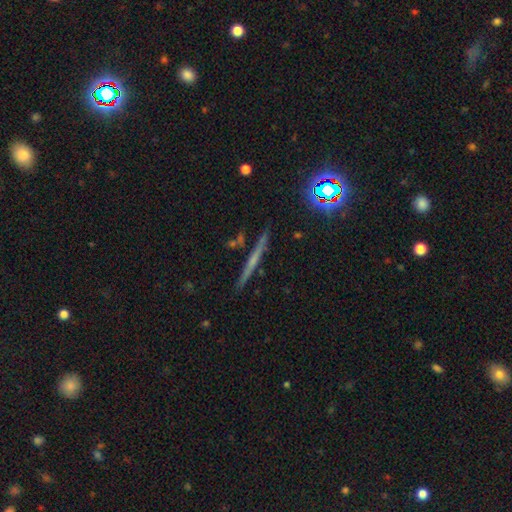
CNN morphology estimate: Overall: featured or disk (52%; smooth 28%). Edge-on disk: yes (94%). Merging: none (87%).